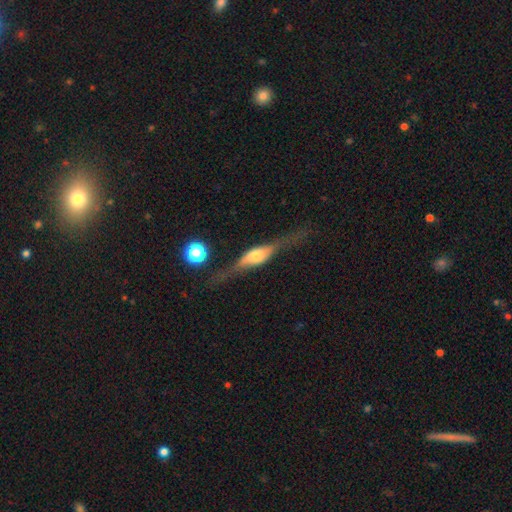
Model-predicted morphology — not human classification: This appears to be a featured or disk galaxy (74%) viewed edge-on (93%) with a rounded central bulge (85%). Merging: none (71%).